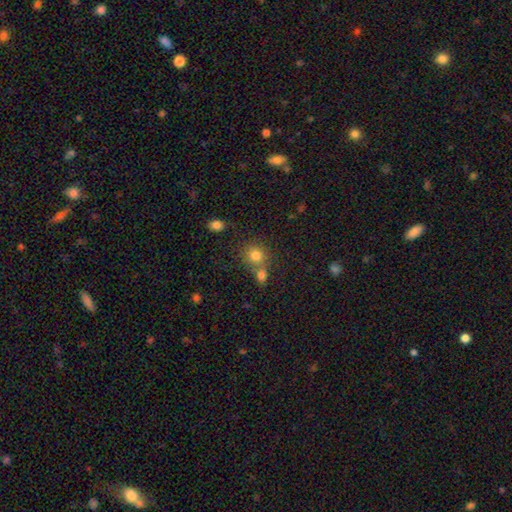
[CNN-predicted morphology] smooth-or-featured: smooth: 79% | star or artifact: 13% | featured or disk: 8%
  how-rounded: round: 84% | in between: 15% | cigar-shaped: 1%
  merging: none: 54% | merger: 34% | minor disturbance: 8% | major disturbance: 3%